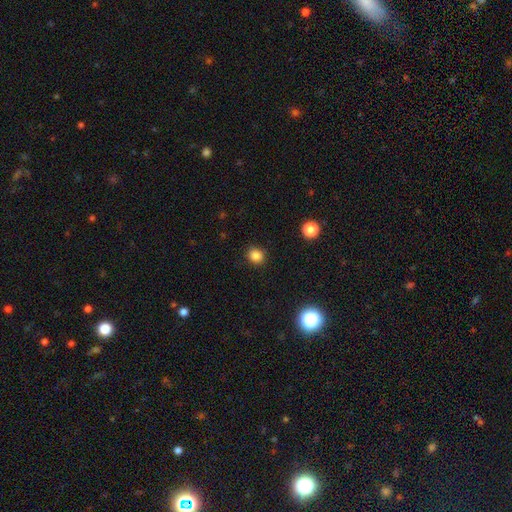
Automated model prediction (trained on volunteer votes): Overall: smooth (85%). How rounded: round (83%). Merging: none (90%).